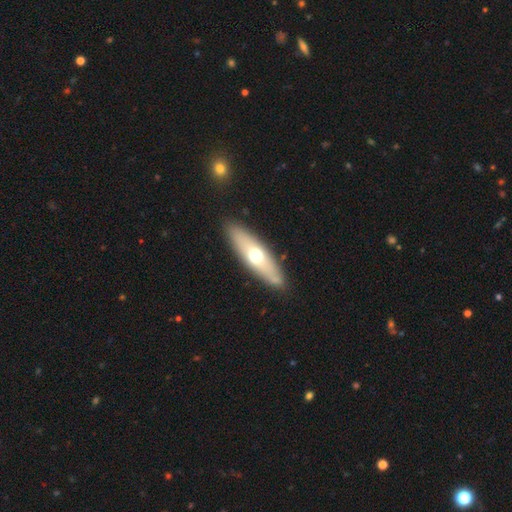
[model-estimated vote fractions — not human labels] This appears to be a smooth galaxy with no disk features (53%) that is cigar-shaped (55%). Merging: none (87%).